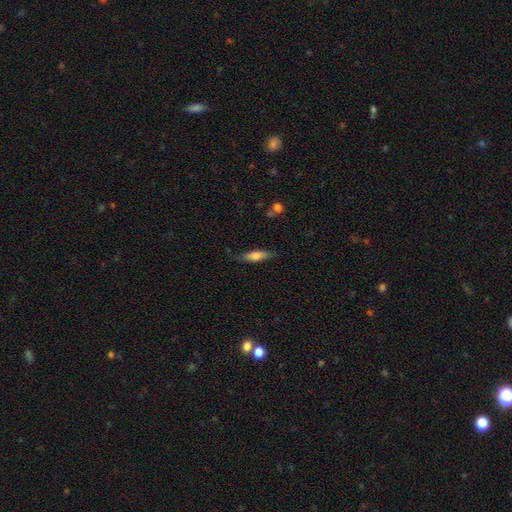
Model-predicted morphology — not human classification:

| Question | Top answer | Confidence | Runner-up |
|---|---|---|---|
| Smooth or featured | smooth | 67% | featured or disk (27%) |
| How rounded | cigar-shaped | 56% | in between (42%) |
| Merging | none | 75% | minor disturbance (19%) |